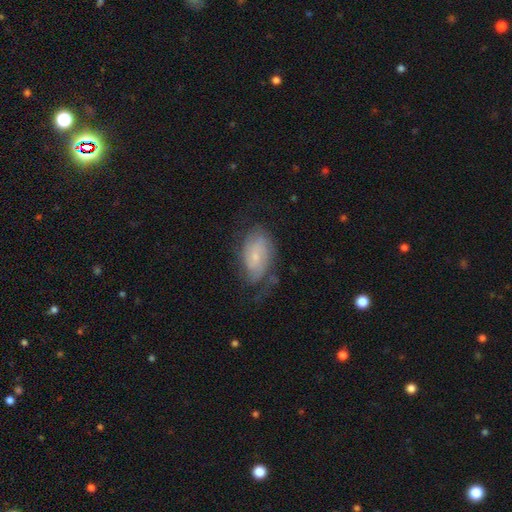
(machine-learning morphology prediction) Smooth or featured? Predicted: featured or disk (p=0.64). Edge-on disk? Predicted: no (p=0.96). Bar? Predicted: no (p=0.70). Spiral arms? Predicted: yes (p=0.86). Spiral winding? Predicted: tight (p=0.49). Spiral arm count? Predicted: can't tell (p=0.44). Bulge size? Predicted: small (p=0.72). Merging? Predicted: none (p=0.54).